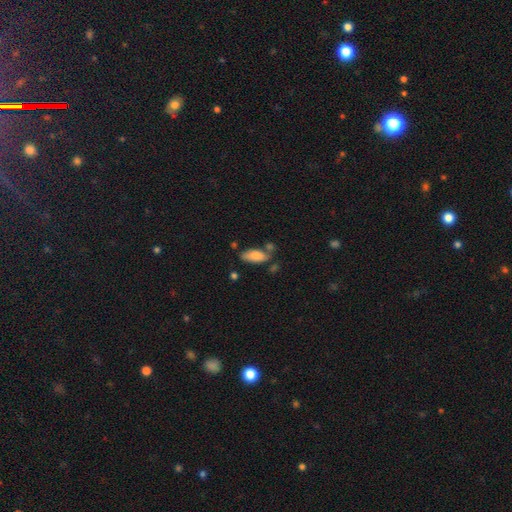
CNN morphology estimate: Smooth or featured: smooth — 83% (featured or disk — 10%)
How rounded: in between — 84% (cigar-shaped — 13%)
Merging: none — 60% (minor disturbance — 21%)